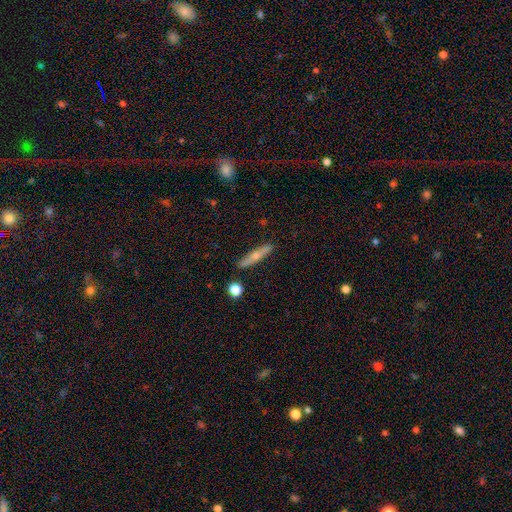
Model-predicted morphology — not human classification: smooth 48%, featured or disk 45%, star or artifact 7%. Down the decision tree: merging — none (88%).